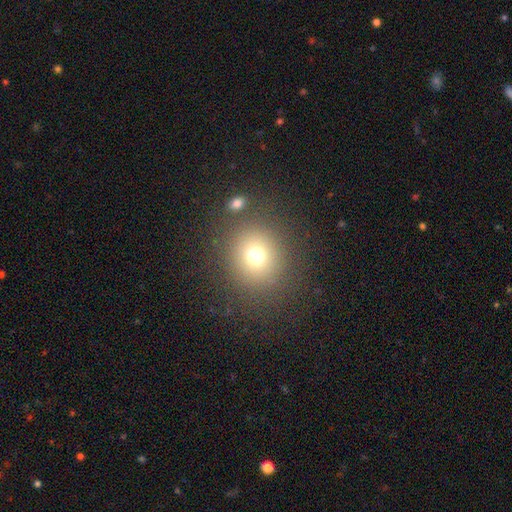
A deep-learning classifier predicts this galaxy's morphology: smooth-or-featured: smooth: 72% | star or artifact: 17% | featured or disk: 11%
  how-rounded: round: 86% | in between: 13% | cigar-shaped: 1%
  merging: none: 82% | minor disturbance: 8% | major disturbance: 5% | merger: 5%